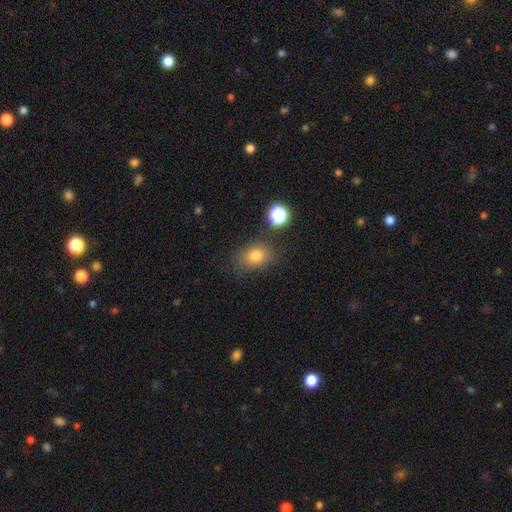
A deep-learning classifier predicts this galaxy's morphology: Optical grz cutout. It shows a smooth galaxy with no disk features (79%) that is in between round and cigar-shaped (64%). Merging: none (73%).